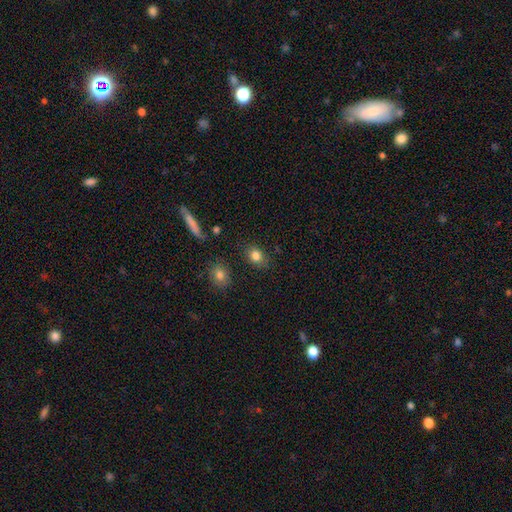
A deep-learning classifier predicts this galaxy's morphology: smooth-or-featured: smooth: 83% | star or artifact: 10% | featured or disk: 7%
  how-rounded: in between: 56% | round: 42% | cigar-shaped: 2%
  merging: none: 84% | minor disturbance: 11% | major disturbance: 3% | merger: 2%